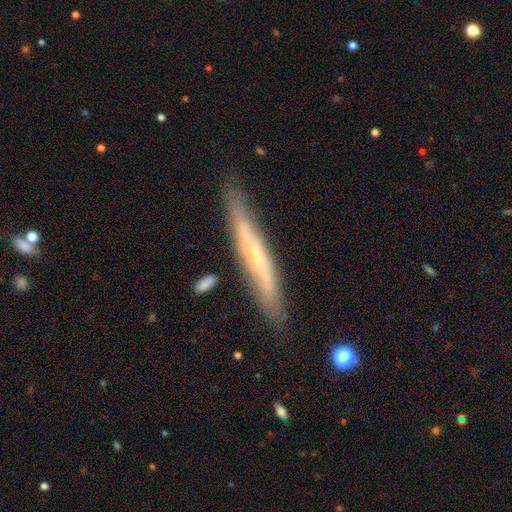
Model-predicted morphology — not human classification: type=featured or disk (64%); edge-on=yes (80%); edge-on bulge=rounded (51%); merging=none (81%).